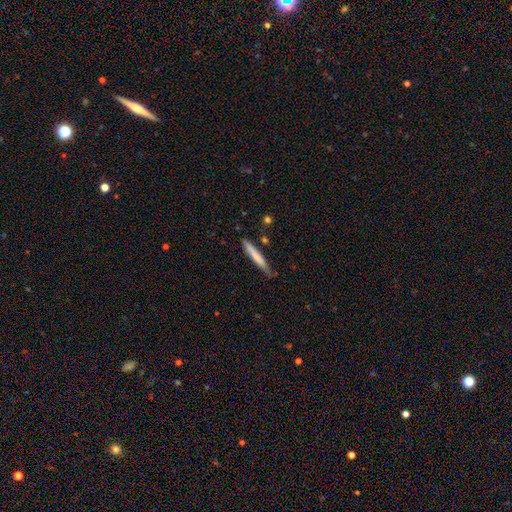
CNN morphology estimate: This appears to be a smooth galaxy with no disk features (71%) that is cigar-shaped (95%). Merging: none (73%).